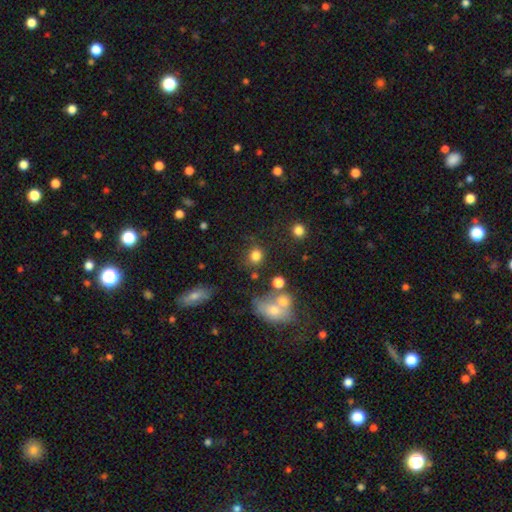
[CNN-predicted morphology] The model was most divided on "how rounded": round: 76%, in between: 23%, cigar-shaped: 1%. More confident: smooth or featured — smooth (80%); merging — none (69%).